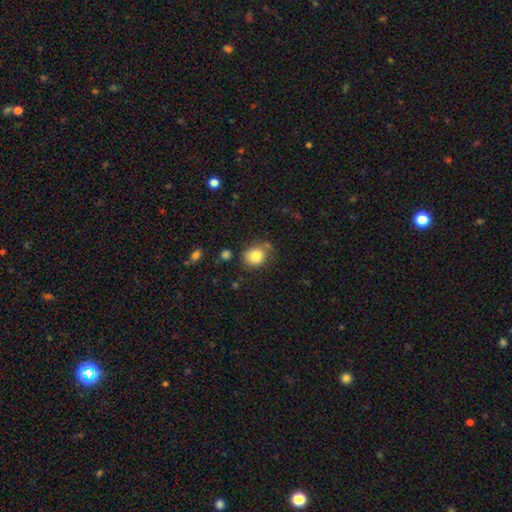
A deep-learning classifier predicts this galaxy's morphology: smooth 83%, star or artifact 10%, featured or disk 8%. Down the decision tree: how rounded — round (72%); merging — none (66%).